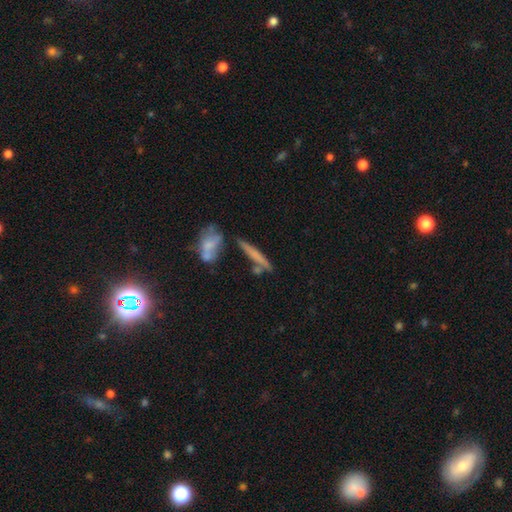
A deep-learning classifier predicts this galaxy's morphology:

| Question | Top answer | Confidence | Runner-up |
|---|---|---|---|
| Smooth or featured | smooth | 56% | featured or disk (35%) |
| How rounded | cigar-shaped | 90% | in between (8%) |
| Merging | none | 62% | merger (17%) |